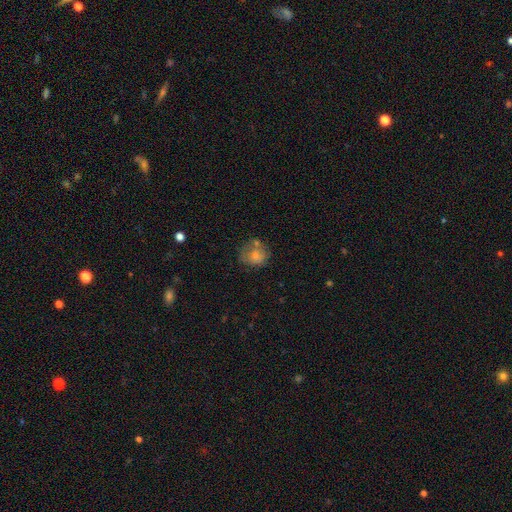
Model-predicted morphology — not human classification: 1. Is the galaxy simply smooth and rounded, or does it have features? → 72% smooth, 19% featured or disk, 10% star or artifact.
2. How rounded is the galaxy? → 70% round, 29% in between, 1% cigar-shaped.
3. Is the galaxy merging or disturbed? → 47% none, 24% minor disturbance, 16% merger, 13% major disturbance.